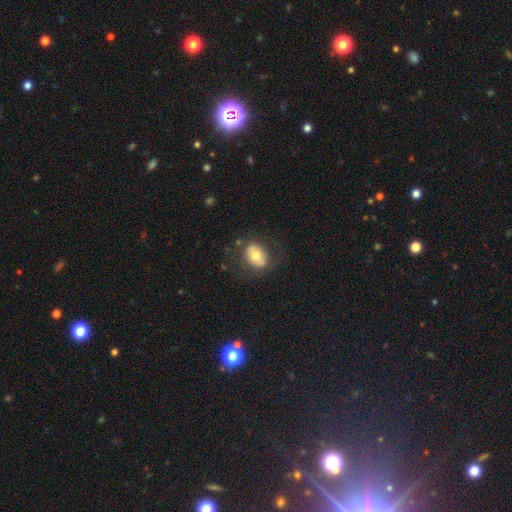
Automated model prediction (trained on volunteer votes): Smooth or featured?
  - smooth: 63% *
  - featured or disk: 29%
  - star or artifact: 8%
How rounded?
  - in between: 65% *
  - round: 33%
  - cigar-shaped: 1%
Merging?
  - none: 72% *
  - minor disturbance: 16%
  - major disturbance: 10%
  - merger: 2%